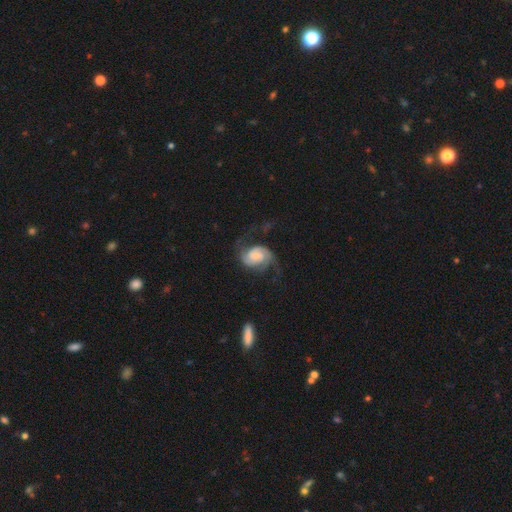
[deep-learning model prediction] Q: Smooth or featured?
A: featured or disk (82%); runner-up: smooth (12%)
Q: Edge-on disk?
A: no (98%); runner-up: yes (2%)
Q: Bar?
A: no (54%); runner-up: weak (37%)
Q: Spiral arms?
A: yes (96%); runner-up: no (4%)
Q: Spiral winding?
A: medium (44%); runner-up: loose (33%)
Q: Spiral arm count?
A: 2 (85%); runner-up: can't tell (5%)
Q: Bulge size?
A: small (48%); runner-up: moderate (30%)
Q: Merging?
A: none (57%); runner-up: major disturbance (24%)